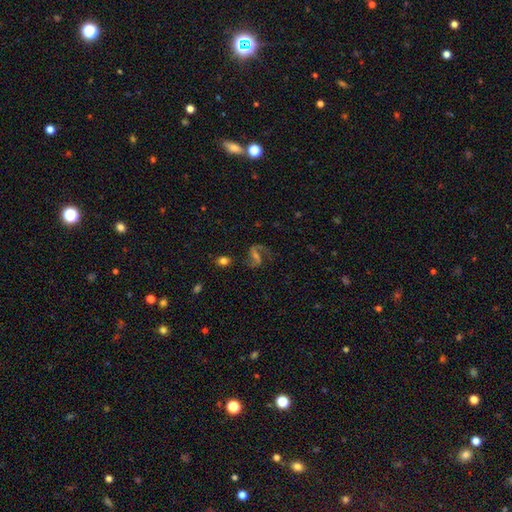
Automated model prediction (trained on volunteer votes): Q: Smooth or featured?
A: featured or disk (78%); runner-up: star or artifact (12%)
Q: Edge-on disk?
A: no (97%); runner-up: yes (3%)
Q: Bar?
A: weak (44%); runner-up: strong (31%)
Q: Spiral arms?
A: yes (94%); runner-up: no (6%)
Q: Spiral winding?
A: loose (45%); runner-up: medium (44%)
Q: Spiral arm count?
A: 2 (88%); runner-up: 1 (6%)
Q: Bulge size?
A: small (45%); runner-up: moderate (32%)
Q: Merging?
A: none (70%); runner-up: major disturbance (13%)